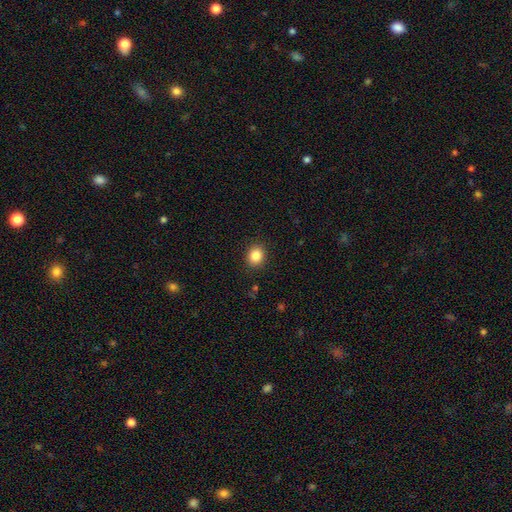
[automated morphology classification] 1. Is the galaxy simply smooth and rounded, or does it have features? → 85% smooth, 10% star or artifact, 5% featured or disk.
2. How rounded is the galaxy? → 67% round, 33% in between, 1% cigar-shaped.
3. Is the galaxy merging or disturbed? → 90% none, 7% minor disturbance, 2% major disturbance, 1% merger.